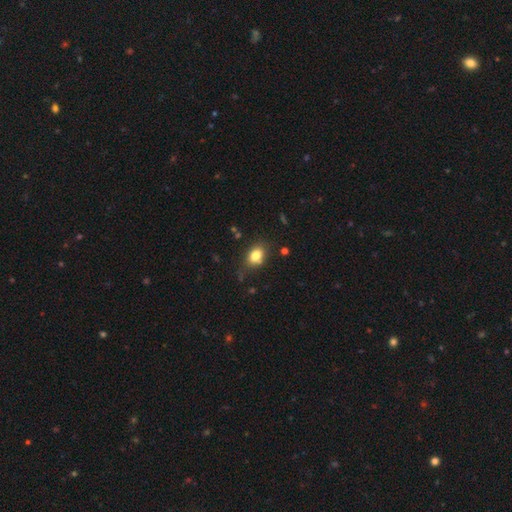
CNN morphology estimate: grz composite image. It shows a smooth galaxy with no disk features (81%) that is in between round and cigar-shaped (72%). Merging: none (76%).